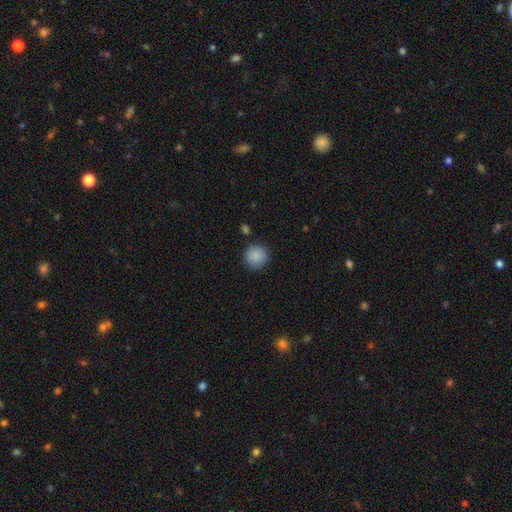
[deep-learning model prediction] smooth_or_featured: smooth (p=0.89) [alt: star or artifact p=0.08]
how_rounded: round (p=0.93) [alt: in between p=0.06]
merging: none (p=0.87) [alt: minor disturbance p=0.08]